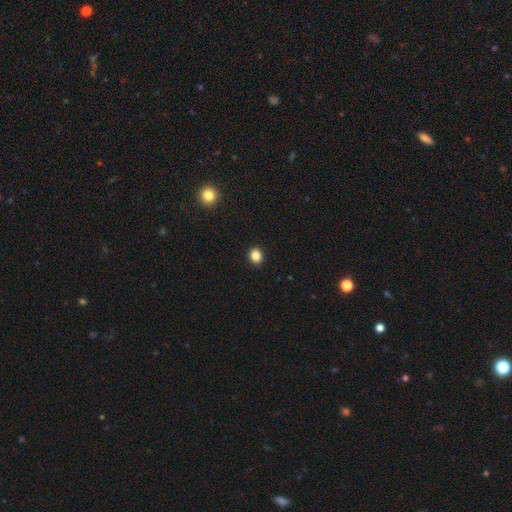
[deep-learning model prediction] Smooth or featured? smooth (85%)
How rounded? round (66%)
Merging? none (92%)